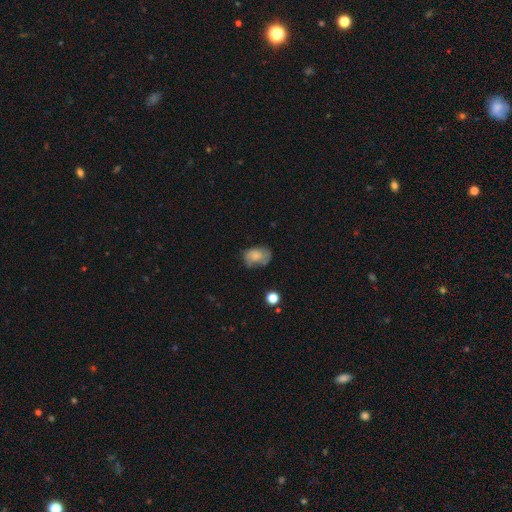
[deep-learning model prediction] A smooth galaxy with no disk features (65%) that is in between round and cigar-shaped (76%). Merging: none (53%).